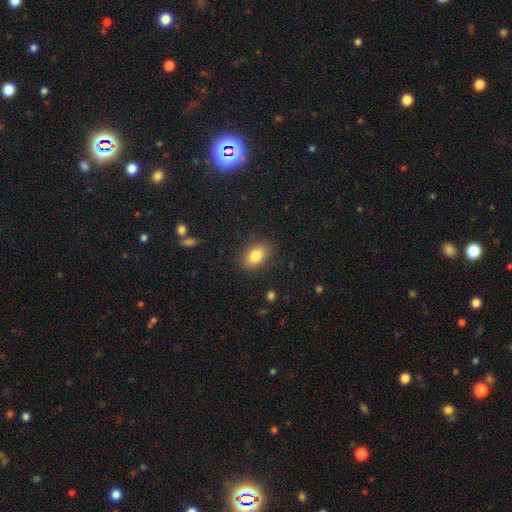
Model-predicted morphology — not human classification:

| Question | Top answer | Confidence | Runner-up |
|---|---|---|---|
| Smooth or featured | smooth | 84% | star or artifact (9%) |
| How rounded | in between | 81% | round (17%) |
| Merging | none | 86% | minor disturbance (10%) |